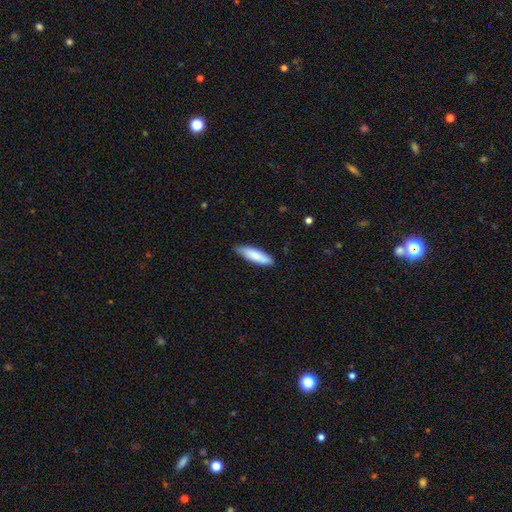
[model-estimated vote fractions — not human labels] Smooth or featured? Predicted: smooth (p=0.83). How rounded? Predicted: cigar-shaped (p=0.58). Merging? Predicted: none (p=0.82).